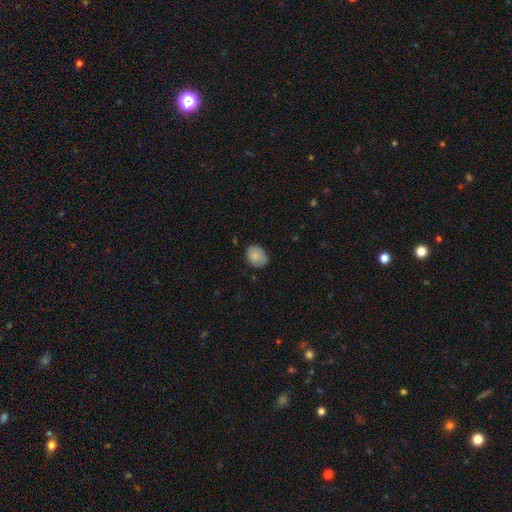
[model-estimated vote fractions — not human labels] smooth-or-featured: smooth: 83% | featured or disk: 9% | star or artifact: 8%
  how-rounded: in between: 55% | round: 44% | cigar-shaped: 1%
  merging: none: 74% | minor disturbance: 22% | major disturbance: 3% | merger: 1%